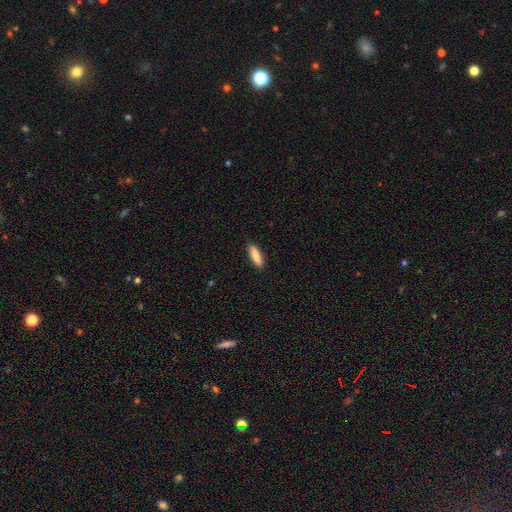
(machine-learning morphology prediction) Smooth or featured: smooth — 86% (featured or disk — 8%)
How rounded: cigar-shaped — 57% (in between — 41%)
Merging: none — 89% (minor disturbance — 8%)